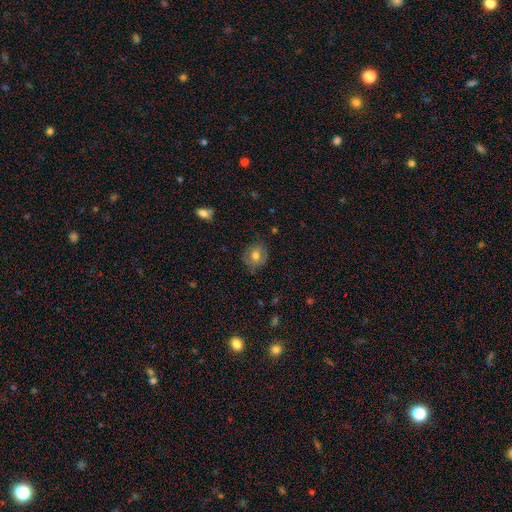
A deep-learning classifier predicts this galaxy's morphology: Smooth or featured?
  - smooth: 65% *
  - featured or disk: 25%
  - star or artifact: 10%
How rounded?
  - round: 73% *
  - in between: 26%
  - cigar-shaped: 1%
Merging?
  - none: 74% *
  - minor disturbance: 19%
  - major disturbance: 5%
  - merger: 1%